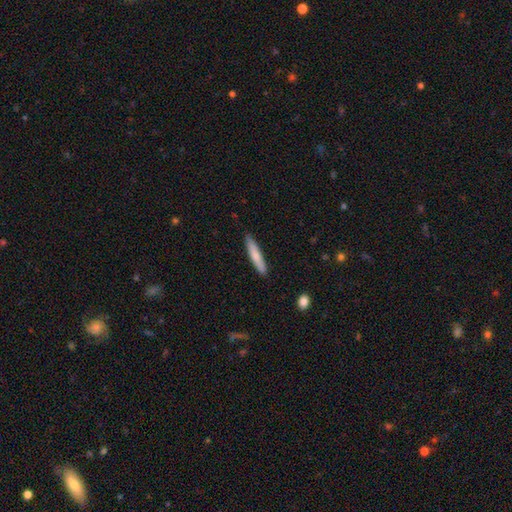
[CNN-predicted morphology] A smooth galaxy with no disk features (74%) that is cigar-shaped (91%). Merging: none (88%).